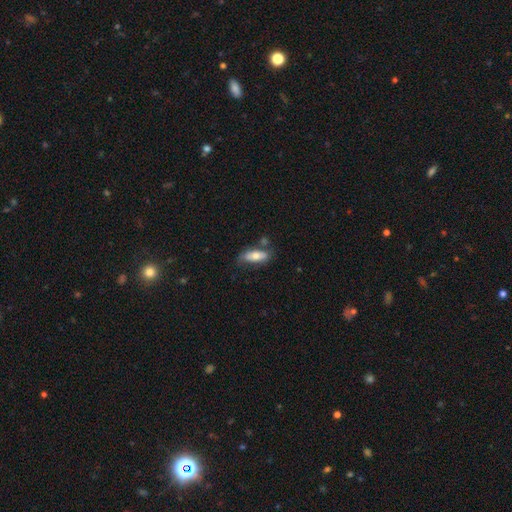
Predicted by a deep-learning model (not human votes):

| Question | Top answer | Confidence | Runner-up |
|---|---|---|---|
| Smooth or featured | smooth | 67% | featured or disk (27%) |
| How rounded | in between | 75% | cigar-shaped (22%) |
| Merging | none | 61% | minor disturbance (22%) |